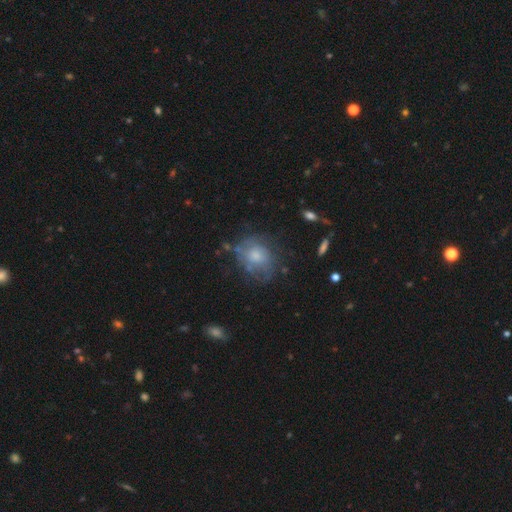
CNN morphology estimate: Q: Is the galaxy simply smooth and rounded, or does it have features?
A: smooth — 54%.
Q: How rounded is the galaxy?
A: round — 66%.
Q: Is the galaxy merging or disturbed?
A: none — 57%.